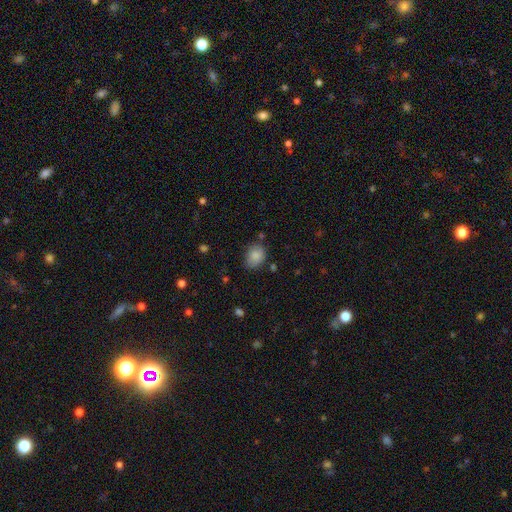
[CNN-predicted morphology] This is clearly a smooth galaxy (85%). How rounded: likely in between (63%). Merging: likely none (69%).